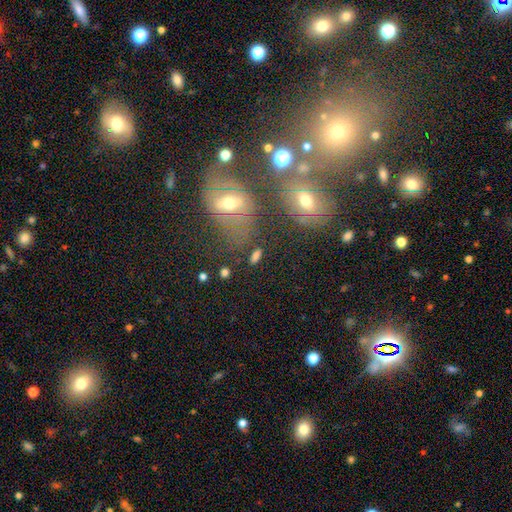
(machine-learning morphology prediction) Q: Smooth or featured?
A: smooth (70%); runner-up: featured or disk (15%)
Q: How rounded?
A: in between (74%); runner-up: cigar-shaped (13%)
Q: Merging?
A: none (73%); runner-up: minor disturbance (12%)